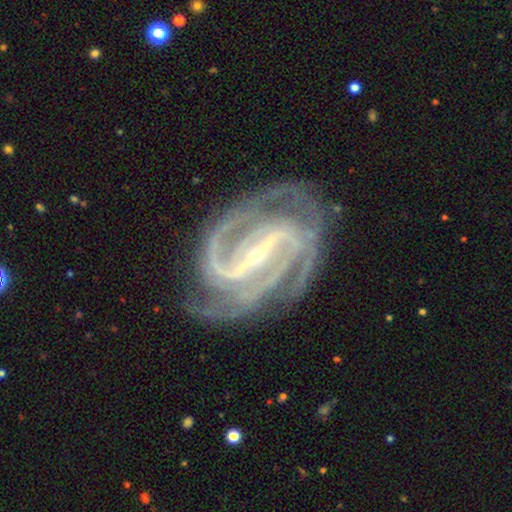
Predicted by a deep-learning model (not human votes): A featured or disk galaxy (93%) with a strong bar (77%), 2 (39%) tight (47%) spiral arms (99%) and a small central bulge (81%). Merging: none (76%).